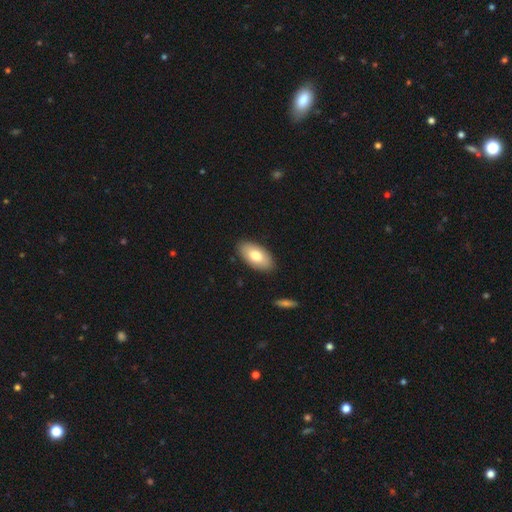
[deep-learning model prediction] A smooth galaxy with no disk features (75%) that is in between round and cigar-shaped (94%).

Vote fractions:
- Smooth or featured? smooth: 75% / featured or disk: 19% / star or artifact: 6%
- How rounded? in between: 94% / cigar-shaped: 3% / round: 3%
- Merging? none: 88% / minor disturbance: 9% / major disturbance: 2% / merger: 1%